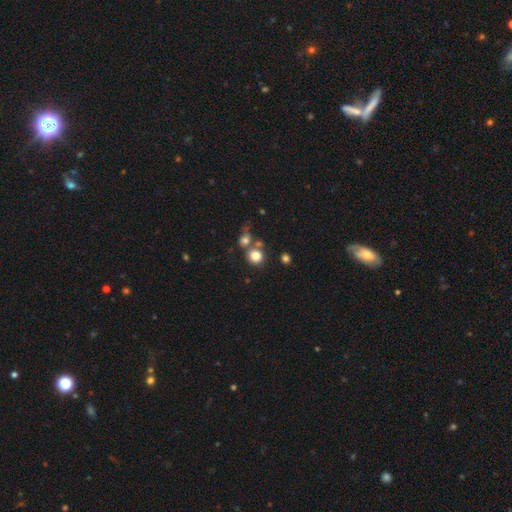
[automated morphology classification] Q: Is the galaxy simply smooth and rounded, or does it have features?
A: smooth — 79%.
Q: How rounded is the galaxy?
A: round — 87%.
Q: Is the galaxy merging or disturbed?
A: none — 59%.